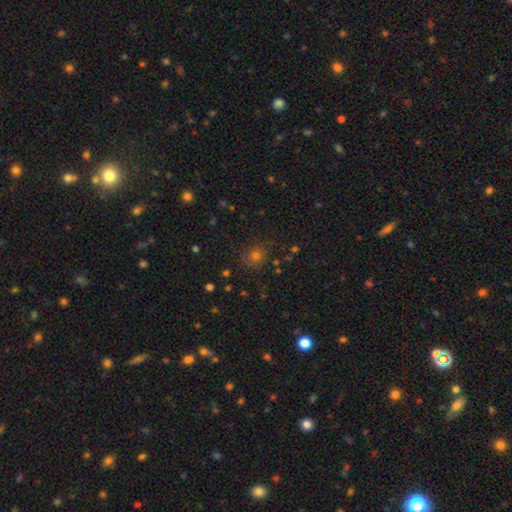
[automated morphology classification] This is likely a smooth galaxy (61%). How rounded: clearly round (84%). Merging: clearly none (81%).